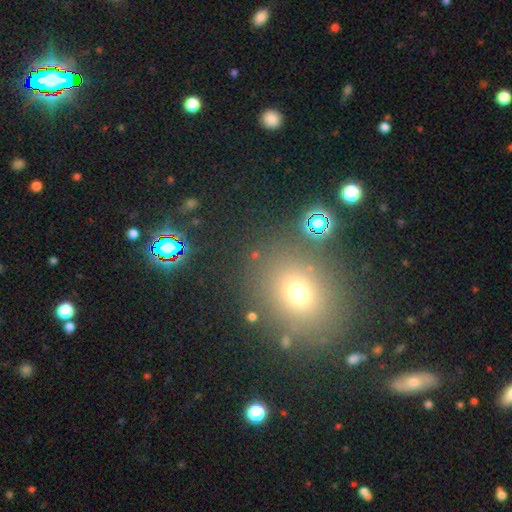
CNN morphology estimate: Smooth or featured?
  - smooth: 55% *
  - star or artifact: 35%
  - featured or disk: 10%
How rounded?
  - round: 70% *
  - in between: 29%
  - cigar-shaped: 2%
Merging?
  - none: 80% *
  - minor disturbance: 9%
  - merger: 6%
  - major disturbance: 5%